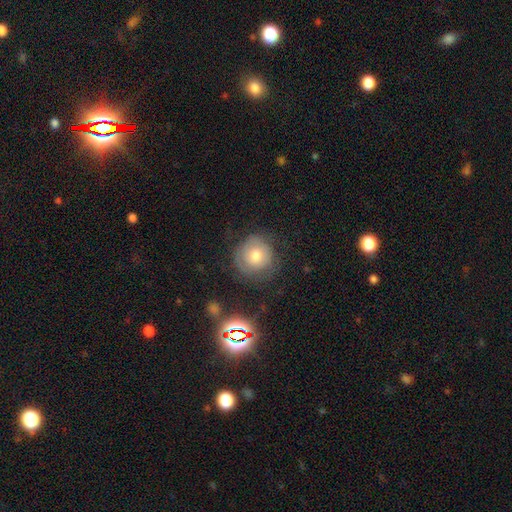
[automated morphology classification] A smooth galaxy with no disk features (54%) that is round (90%).

Vote fractions:
- Smooth or featured? smooth: 54% / featured or disk: 32% / star or artifact: 14%
- How rounded? round: 90% / in between: 9% / cigar-shaped: 1%
- Merging? none: 71% / minor disturbance: 18% / major disturbance: 9% / merger: 2%